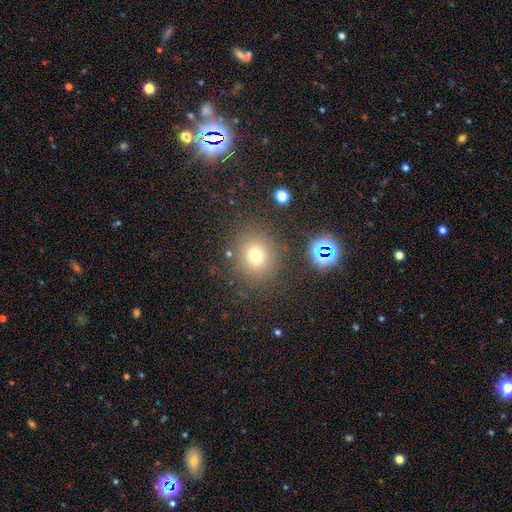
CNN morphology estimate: Smooth or featured: smooth — 74% (star or artifact — 18%)
How rounded: round — 81% (in between — 18%)
Merging: none — 83% (minor disturbance — 9%)